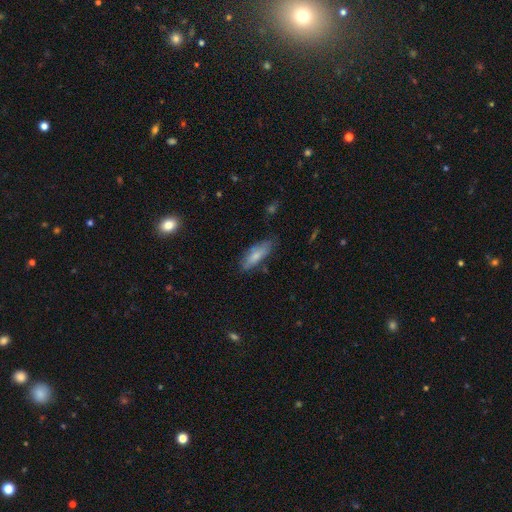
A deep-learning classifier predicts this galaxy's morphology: smooth_or_featured: smooth (p=0.75) [alt: featured or disk p=0.18]
how_rounded: in between (p=0.59) [alt: cigar-shaped p=0.39]
merging: none (p=0.71) [alt: minor disturbance p=0.22]